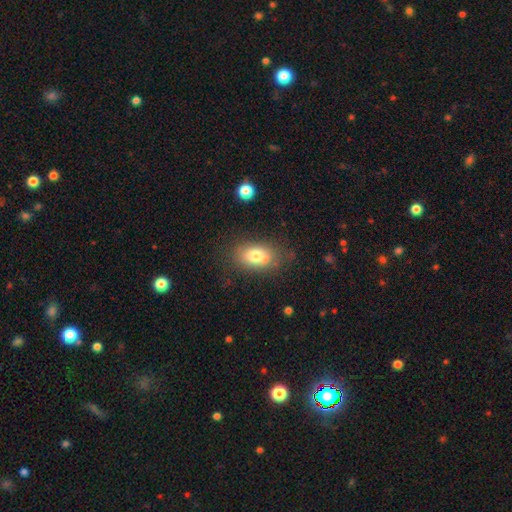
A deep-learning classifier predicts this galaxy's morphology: smooth 76%, featured or disk 15%, star or artifact 9%. Down the decision tree: how rounded — in between (86%); merging — none (70%).